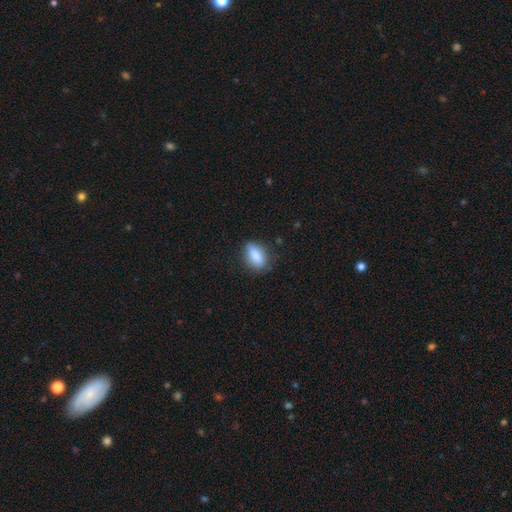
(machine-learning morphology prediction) A smooth galaxy with no disk features (83%) that is in between round and cigar-shaped (81%). Merging: none (73%).